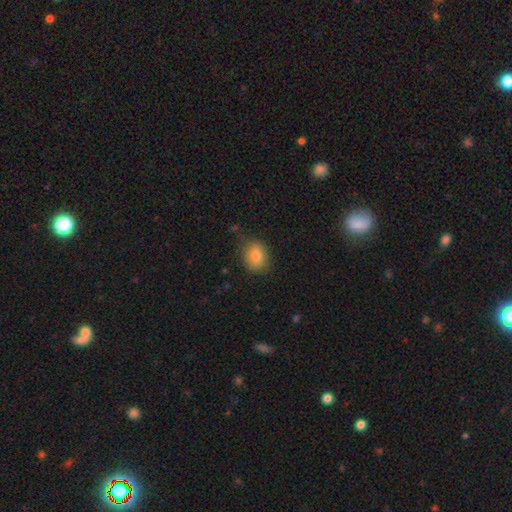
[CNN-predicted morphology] A smooth galaxy with no disk features (83%) that is round (52%).

Vote fractions:
- Smooth or featured? smooth: 83% / star or artifact: 9% / featured or disk: 8%
- How rounded? round: 52% / in between: 47% / cigar-shaped: 1%
- Merging? none: 79% / minor disturbance: 16% / major disturbance: 3% / merger: 2%